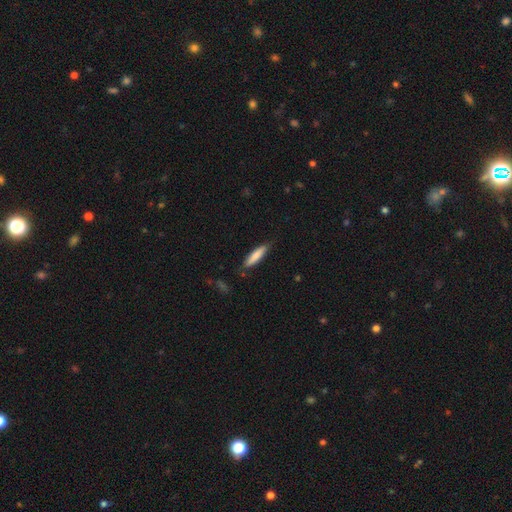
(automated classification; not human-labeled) The model was most divided on "how rounded": cigar-shaped: 78%, in between: 21%, round: 1%. More confident: smooth or featured — smooth (79%); merging — none (79%).